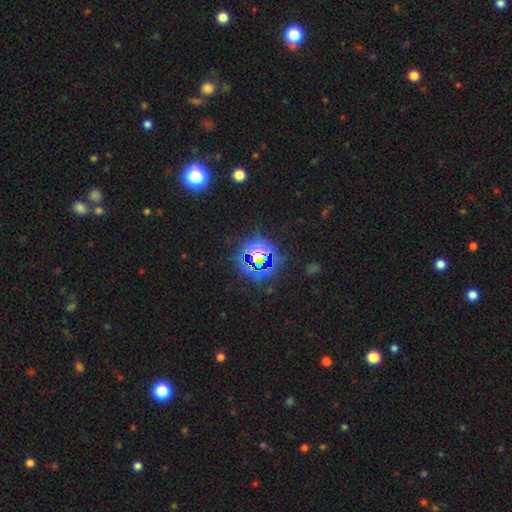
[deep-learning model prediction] Overall: star or artifact (78%).